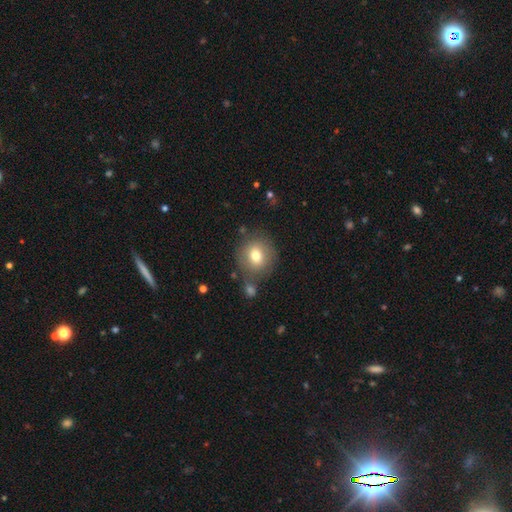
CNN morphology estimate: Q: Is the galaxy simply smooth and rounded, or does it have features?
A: smooth — 75%.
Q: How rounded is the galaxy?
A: round — 85%.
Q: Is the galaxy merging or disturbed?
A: none — 70%.